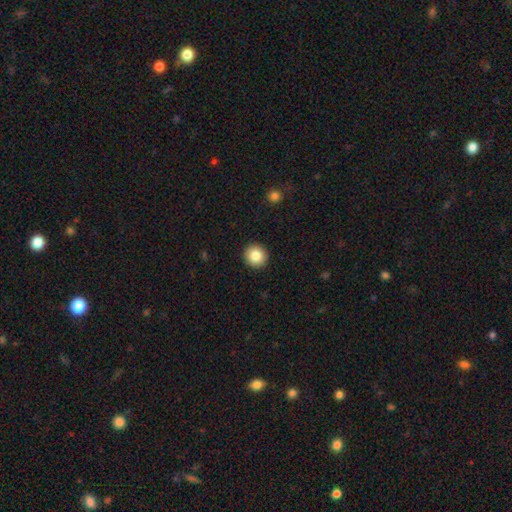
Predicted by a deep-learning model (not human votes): Morphology: type=smooth (85%); roundness=round (92%); merging=none (93%).